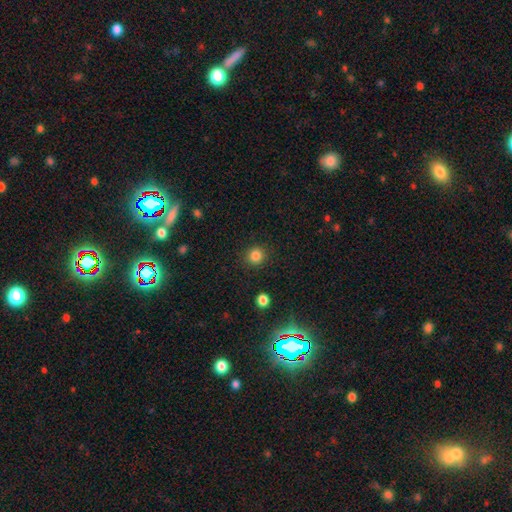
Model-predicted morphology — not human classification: smooth 84%, star or artifact 12%, featured or disk 4%. Down the decision tree: how rounded — round (91%); merging — none (90%).